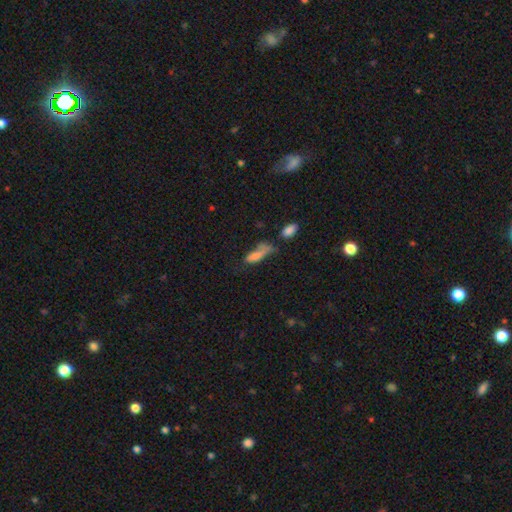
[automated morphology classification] type=smooth (67%); roundness=in between (58%); merging=none (28%).